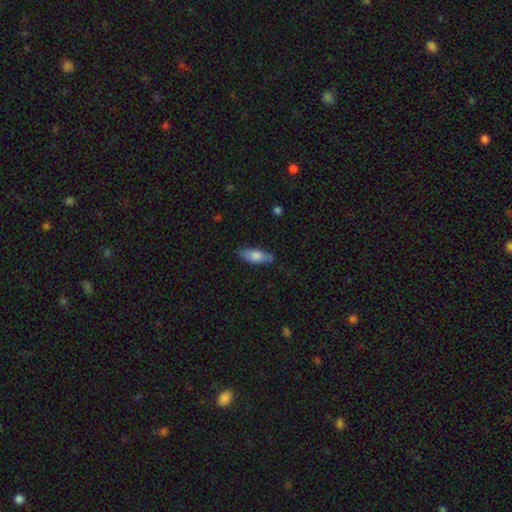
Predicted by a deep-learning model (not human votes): Smooth or featured? smooth (74%)
How rounded? in between (69%)
Merging? none (80%)